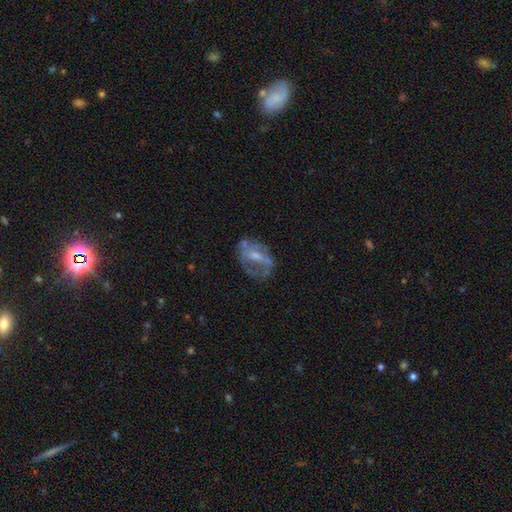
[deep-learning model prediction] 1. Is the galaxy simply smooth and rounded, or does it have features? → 64% featured or disk, 27% smooth, 9% star or artifact.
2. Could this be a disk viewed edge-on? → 94% no, 6% yes.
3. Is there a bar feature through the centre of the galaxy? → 39% weak, 38% no, 23% strong.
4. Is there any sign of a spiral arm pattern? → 61% no, 39% yes.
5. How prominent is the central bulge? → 43% moderate, 39% small, 13% none, 4% large, 1% dominant.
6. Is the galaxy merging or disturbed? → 44% none, 25% major disturbance, 24% minor disturbance, 6% merger.